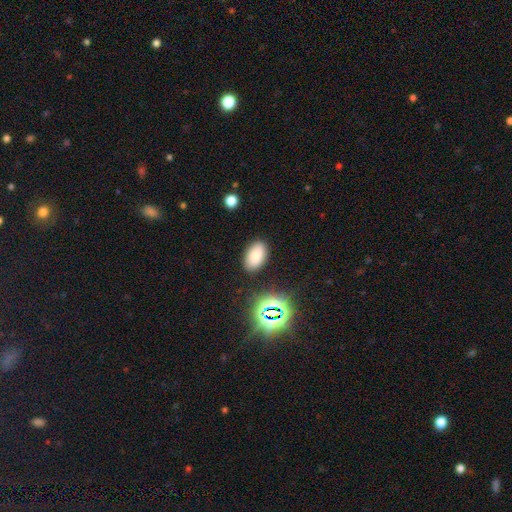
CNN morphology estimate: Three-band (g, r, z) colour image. It shows a smooth galaxy with no disk features (79%) that is in between round and cigar-shaped (93%). Merging: none (86%).